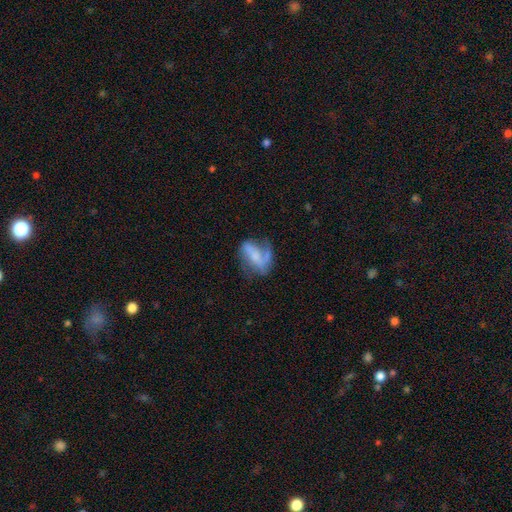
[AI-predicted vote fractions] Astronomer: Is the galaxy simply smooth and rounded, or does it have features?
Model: featured or disk — 66%.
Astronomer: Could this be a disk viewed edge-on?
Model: no — 96%.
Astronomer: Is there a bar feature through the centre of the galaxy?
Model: no — 40% (runner-up: weak, 37%).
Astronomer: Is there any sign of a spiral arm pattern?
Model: yes — 81%.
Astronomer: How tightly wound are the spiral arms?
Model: loose — 46% (runner-up: medium, 38%).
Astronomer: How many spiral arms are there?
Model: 2 — 58%.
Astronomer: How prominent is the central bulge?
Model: small — 38% (runner-up: moderate, 28%).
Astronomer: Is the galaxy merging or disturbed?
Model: none — 44% (runner-up: major disturbance, 28%).